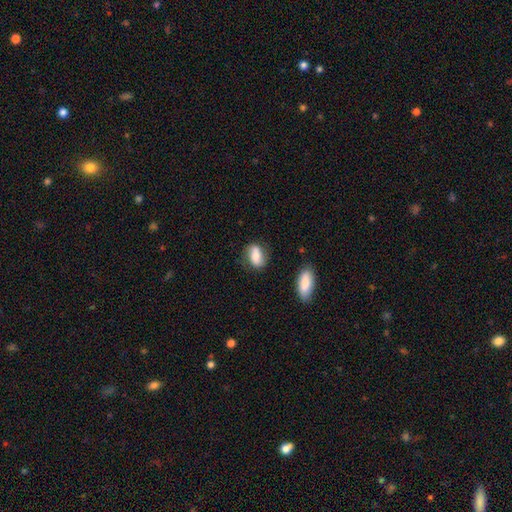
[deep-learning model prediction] Smooth or featured? Predicted: smooth (p=0.69). How rounded? Predicted: in between (p=0.81). Merging? Predicted: none (p=0.71).